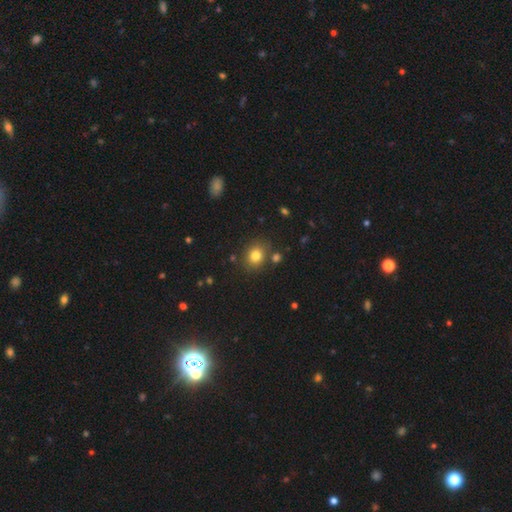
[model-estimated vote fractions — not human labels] This is likely a smooth galaxy (79%). How rounded: likely round (67%). Merging: likely none (79%).